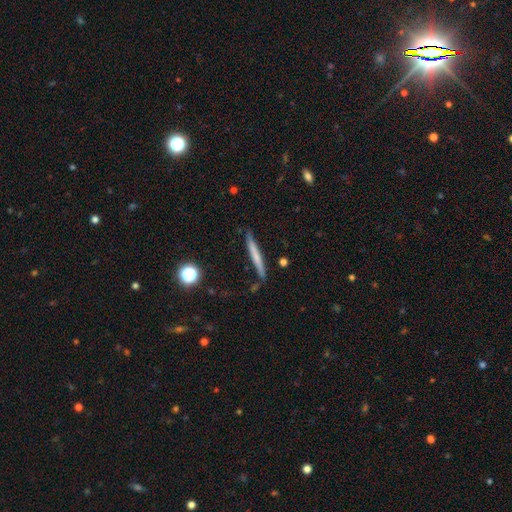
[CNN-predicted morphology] This appears to be a smooth galaxy with no disk features (54%) that is cigar-shaped (96%). Merging: none (85%).